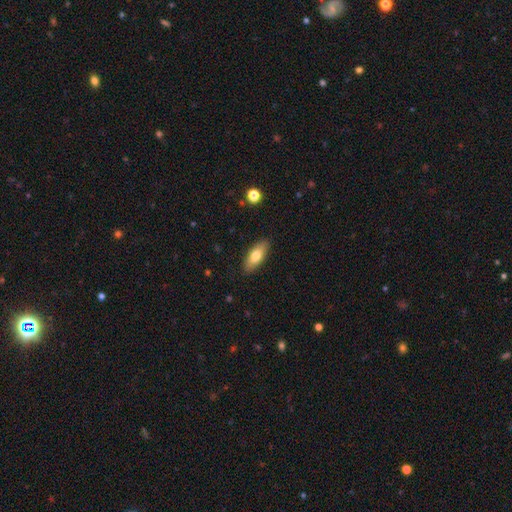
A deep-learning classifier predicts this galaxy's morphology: Smooth or featured? smooth (72%)
How rounded? in between (74%)
Merging? none (88%)